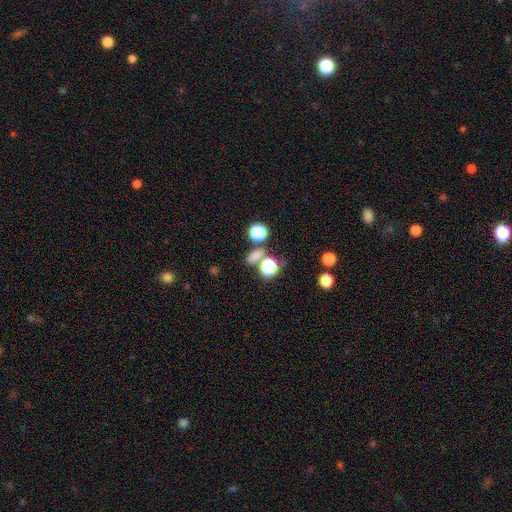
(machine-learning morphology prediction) Smooth or featured?
  - smooth: 64% *
  - star or artifact: 28%
  - featured or disk: 8%
How rounded?
  - round: 48% *
  - in between: 47%
  - cigar-shaped: 5%
Merging?
  - none: 62% *
  - merger: 23%
  - minor disturbance: 10%
  - major disturbance: 5%